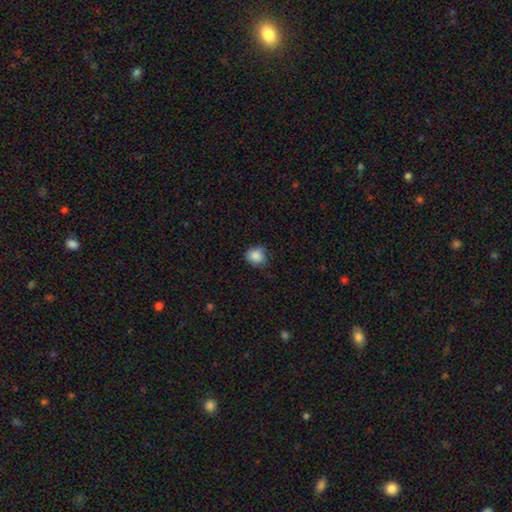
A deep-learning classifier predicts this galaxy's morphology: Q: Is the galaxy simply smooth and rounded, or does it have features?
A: smooth — 87%.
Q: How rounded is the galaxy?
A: round — 76%.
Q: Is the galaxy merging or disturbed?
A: none — 75%.